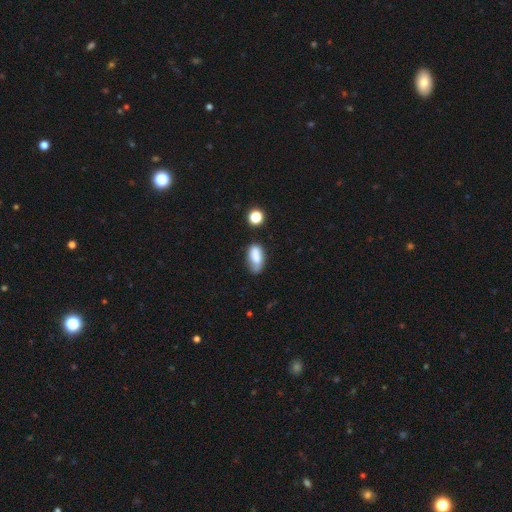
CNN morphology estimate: smooth-or-featured: smooth: 76% | featured or disk: 14% | star or artifact: 10%
  how-rounded: in between: 88% | cigar-shaped: 6% | round: 6%
  merging: none: 47% | minor disturbance: 31% | major disturbance: 11% | merger: 10%